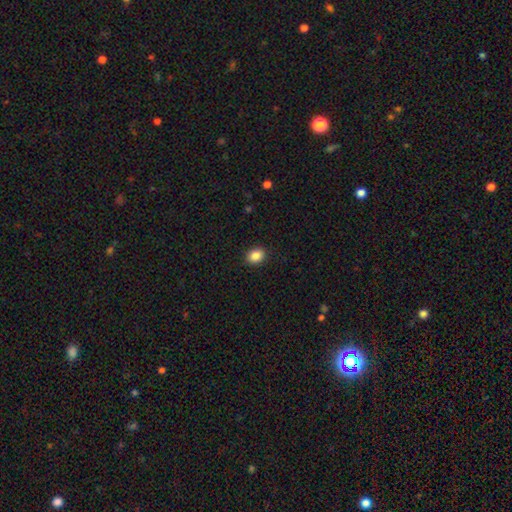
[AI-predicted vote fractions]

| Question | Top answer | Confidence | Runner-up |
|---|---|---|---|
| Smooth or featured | smooth | 87% | star or artifact (9%) |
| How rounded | in between | 51% | round (48%) |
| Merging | none | 90% | minor disturbance (7%) |